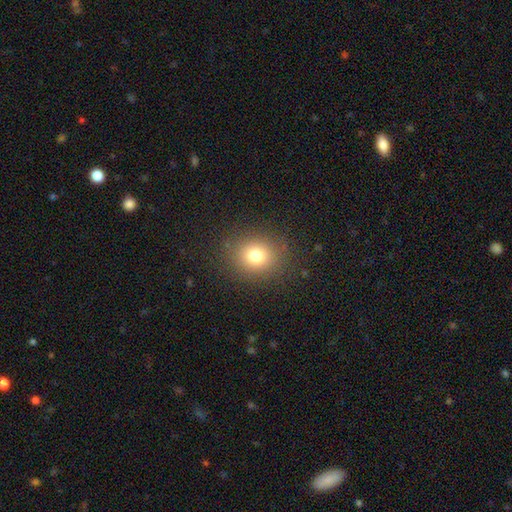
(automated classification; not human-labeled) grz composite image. It shows a smooth galaxy with no disk features (76%) that is round (73%). Merging: none (87%).